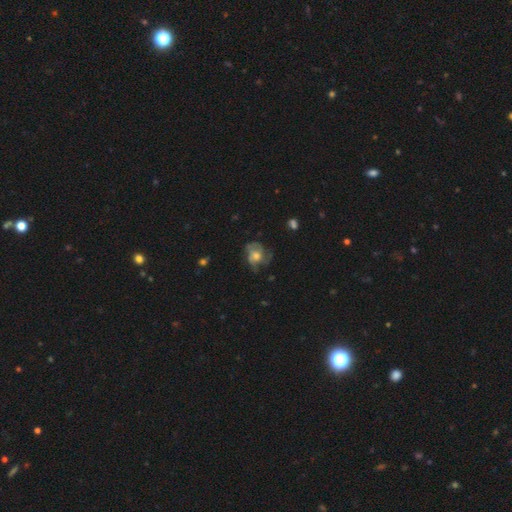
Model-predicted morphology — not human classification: Smooth or featured? featured or disk (68%)
Edge-on disk? no (98%)
Bar? no (78%)
Spiral arms? yes (85%)
Spiral winding? medium (45%)
Spiral arm count? 3 (41%)
Bulge size? moderate (64%)
Merging? none (62%)